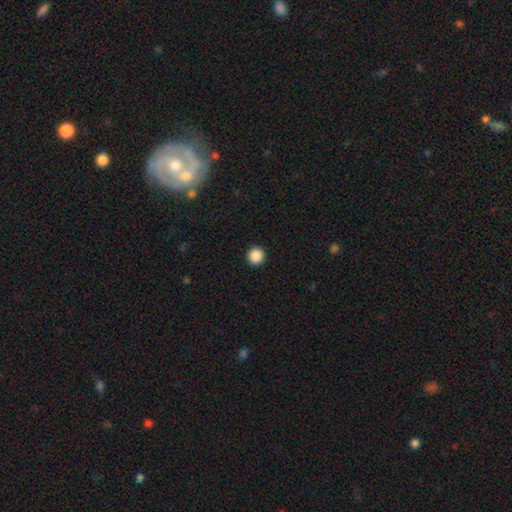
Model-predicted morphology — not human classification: Smooth or featured? Predicted: smooth (p=0.88). How rounded? Predicted: round (p=0.95). Merging? Predicted: none (p=0.93).